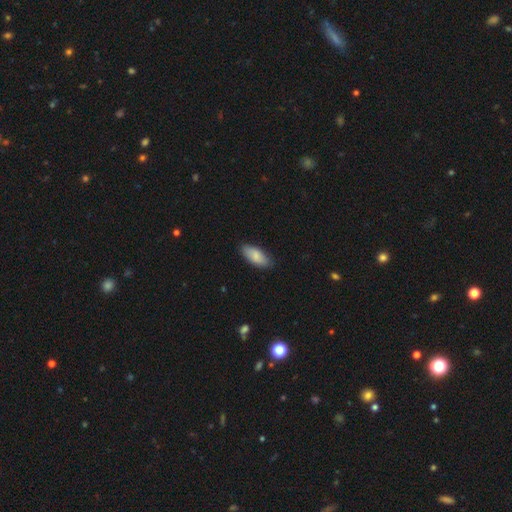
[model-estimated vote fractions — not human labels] Smooth or featured? smooth (83%)
How rounded? in between (85%)
Merging? none (82%)